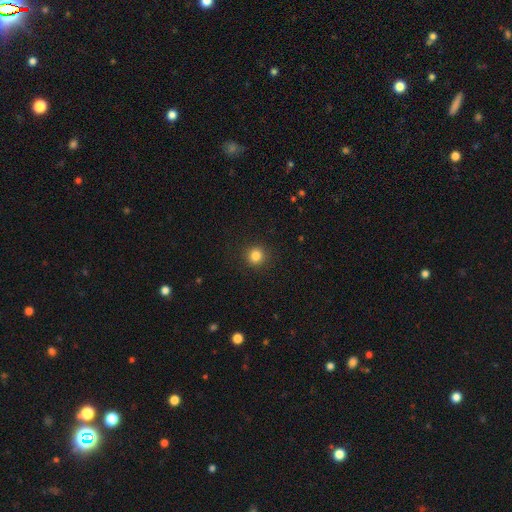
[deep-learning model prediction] Smooth or featured?
  - smooth: 83% *
  - star or artifact: 12%
  - featured or disk: 5%
How rounded?
  - round: 93% *
  - in between: 6%
  - cigar-shaped: 1%
Merging?
  - none: 92% *
  - minor disturbance: 5%
  - major disturbance: 2%
  - merger: 1%